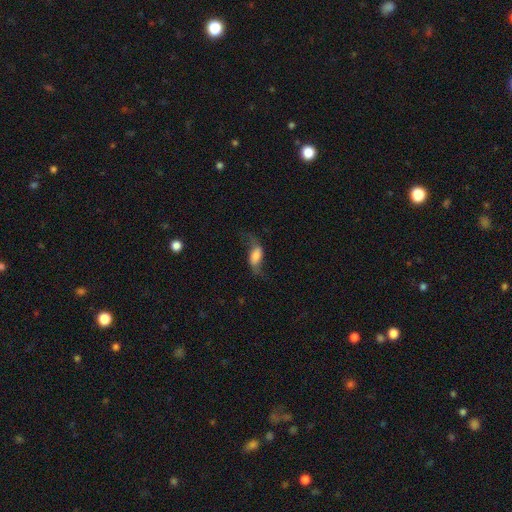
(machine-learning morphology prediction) Smooth or featured? Predicted: featured or disk (p=0.51). Edge-on disk? Predicted: no (p=0.85). Merging? Predicted: none (p=0.54).